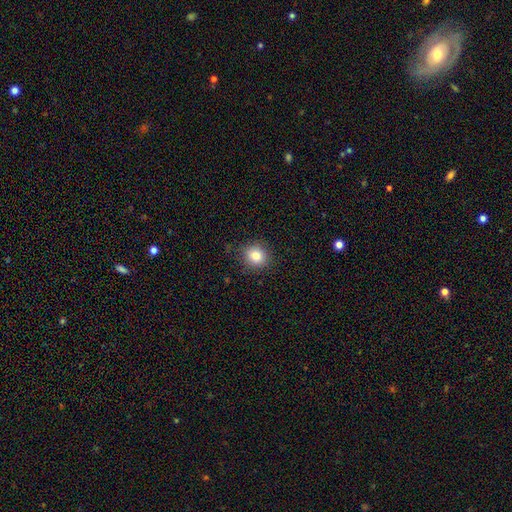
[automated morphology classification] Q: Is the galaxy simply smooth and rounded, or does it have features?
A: smooth — 81%.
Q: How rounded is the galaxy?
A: round — 82%.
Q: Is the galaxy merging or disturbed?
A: none — 86%.